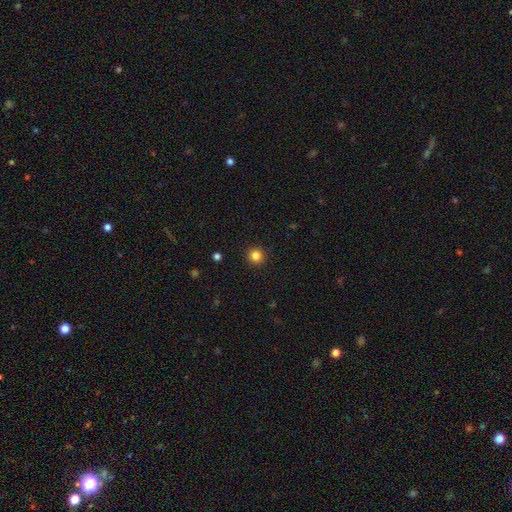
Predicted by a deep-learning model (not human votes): This is clearly a smooth galaxy (84%). How rounded: clearly round (95%). Merging: clearly none (93%).